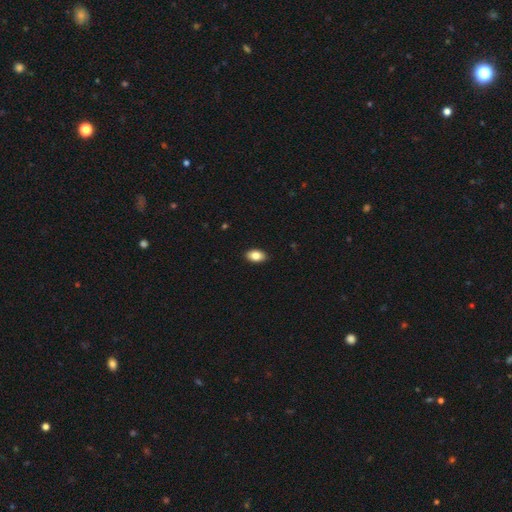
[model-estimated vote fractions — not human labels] This is clearly a smooth galaxy (85%). How rounded: clearly in between (92%). Merging: clearly none (90%).